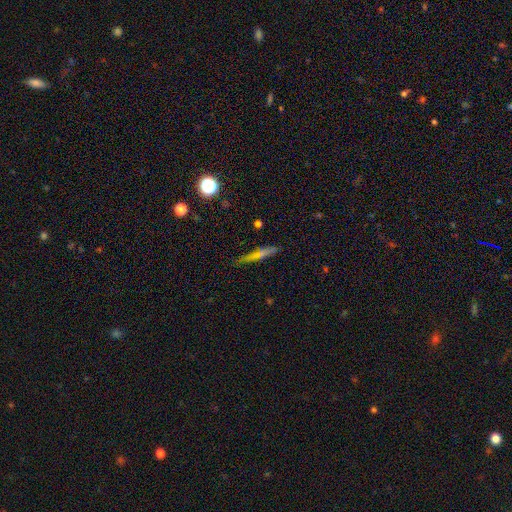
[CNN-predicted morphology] featured or disk 48%, smooth 42%, star or artifact 11%. Down the decision tree: merging — none (84%).